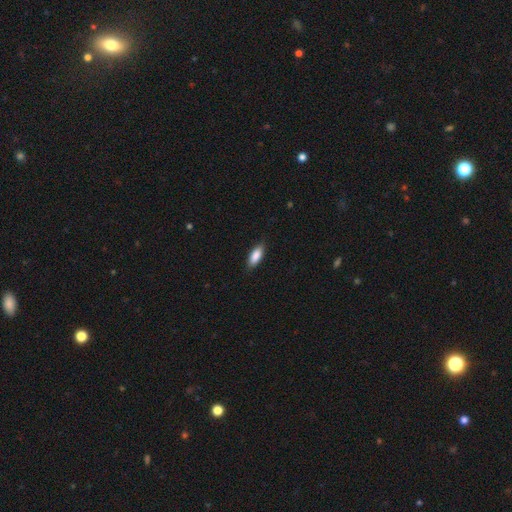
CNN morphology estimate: This is clearly a smooth galaxy (87%). How rounded: likely in between (77%). Merging: clearly none (85%).